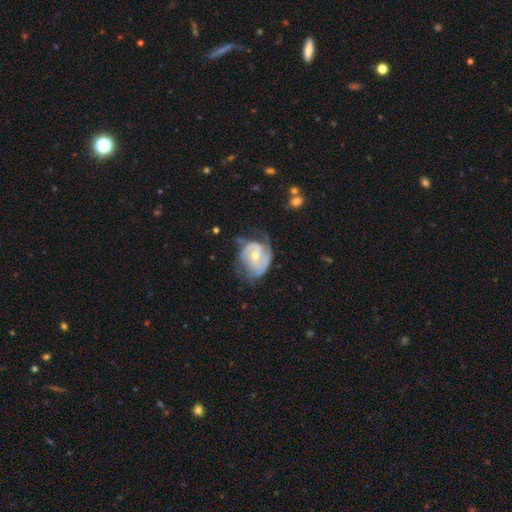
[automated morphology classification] Smooth or featured?
  - featured or disk: 75% *
  - smooth: 19%
  - star or artifact: 6%
Edge-on disk?
  - no: 97% *
  - yes: 3%
Bar?
  - no: 64% *
  - weak: 30%
  - strong: 6%
Spiral arms?
  - yes: 84% *
  - no: 16%
Spiral winding?
  - tight: 45% *
  - medium: 36%
  - loose: 19%
Spiral arm count?
  - 2: 46% *
  - can't tell: 25%
  - 1: 15%
  - 3: 9%
  - 4: 2%
  - more than 4: 2%
Bulge size?
  - moderate: 55% *
  - small: 40%
  - large: 2%
  - none: 1%
  - dominant: 1%
Merging?
  - none: 43% *
  - minor disturbance: 30%
  - major disturbance: 25%
  - merger: 3%